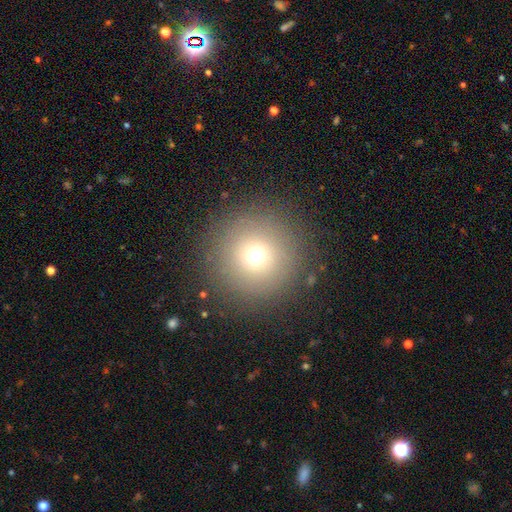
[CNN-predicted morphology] Smooth or featured? Predicted: smooth (p=0.67). How rounded? Predicted: round (p=0.96). Merging? Predicted: none (p=0.88).